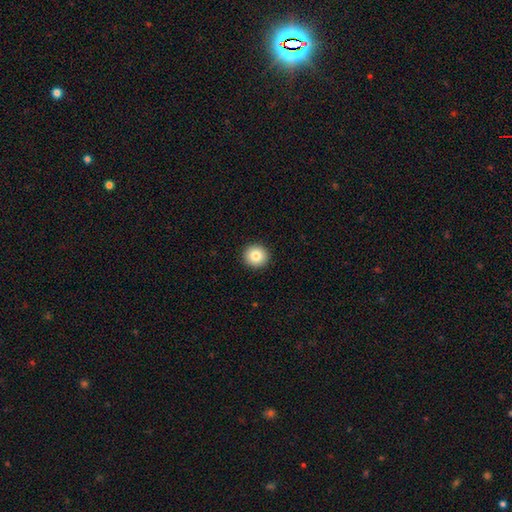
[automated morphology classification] Smooth or featured: smooth — 84% (star or artifact — 9%)
How rounded: round — 93% (in between — 6%)
Merging: none — 93% (minor disturbance — 4%)